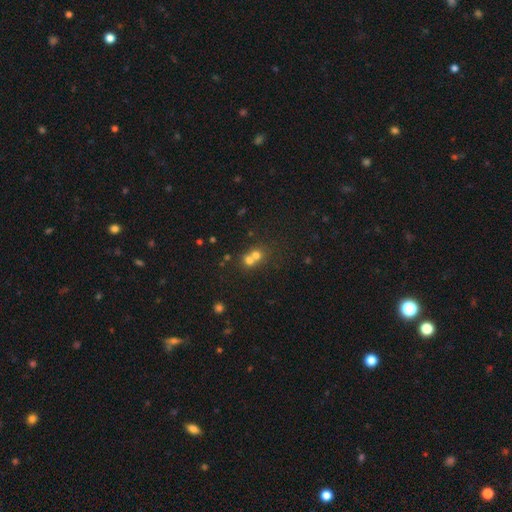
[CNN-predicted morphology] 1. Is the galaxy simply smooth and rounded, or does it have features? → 67% smooth, 17% star or artifact, 16% featured or disk.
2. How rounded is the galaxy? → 82% round, 17% in between, 1% cigar-shaped.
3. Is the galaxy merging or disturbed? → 62% merger, 31% none, 4% minor disturbance, 2% major disturbance.